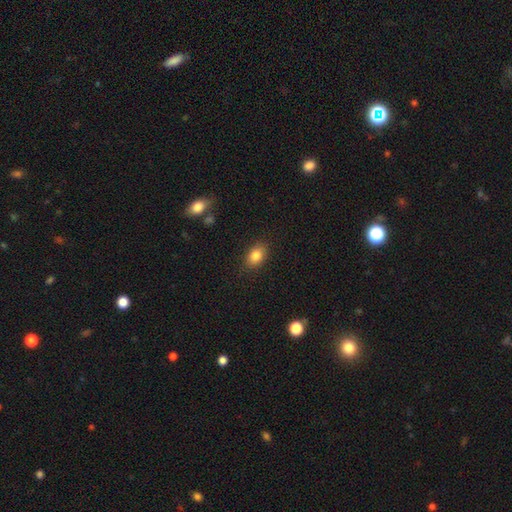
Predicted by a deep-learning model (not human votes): Smooth or featured?
  - smooth: 83% *
  - star or artifact: 9%
  - featured or disk: 8%
How rounded?
  - in between: 76% *
  - round: 22%
  - cigar-shaped: 2%
Merging?
  - none: 86% *
  - minor disturbance: 10%
  - major disturbance: 3%
  - merger: 1%